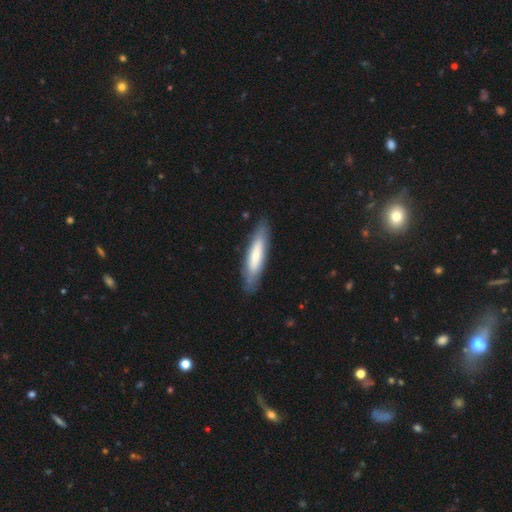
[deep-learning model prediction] Smooth or featured: smooth — 63% (featured or disk — 32%)
How rounded: cigar-shaped — 77% (in between — 22%)
Merging: none — 83% (minor disturbance — 13%)